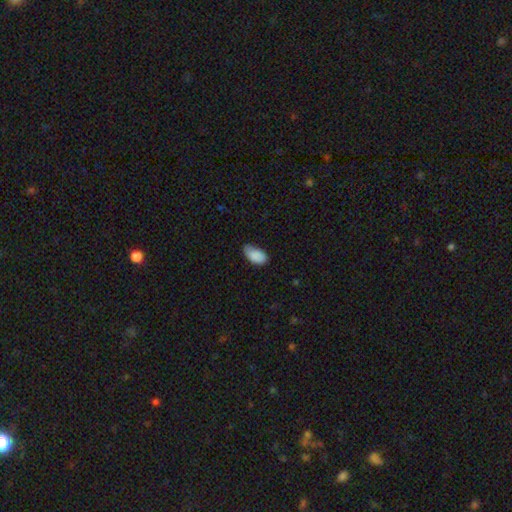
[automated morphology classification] smooth-or-featured: smooth: 87% | star or artifact: 7% | featured or disk: 7%
  how-rounded: in between: 94% | round: 4% | cigar-shaped: 2%
  merging: none: 57% | minor disturbance: 36% | major disturbance: 6% | merger: 2%